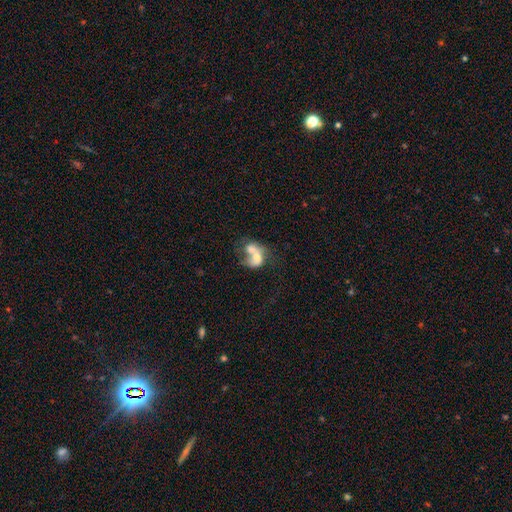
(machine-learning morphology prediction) Smooth or featured? Predicted: smooth (p=0.52). How rounded? Predicted: in between (p=0.60). Merging? Predicted: merger (p=0.73).